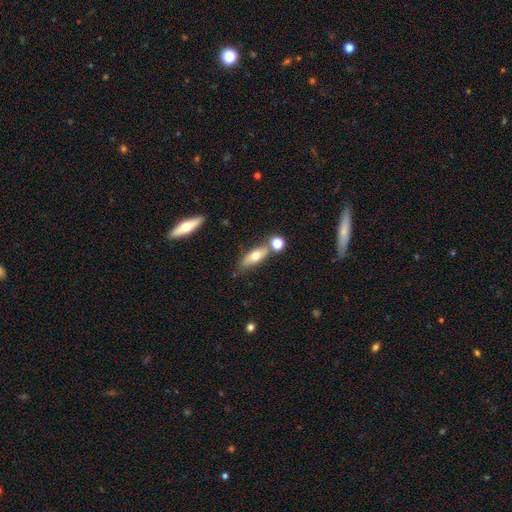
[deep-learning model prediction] This appears to be a smooth galaxy with no disk features (62%) that is in between round and cigar-shaped (56%). Merging: none (63%).